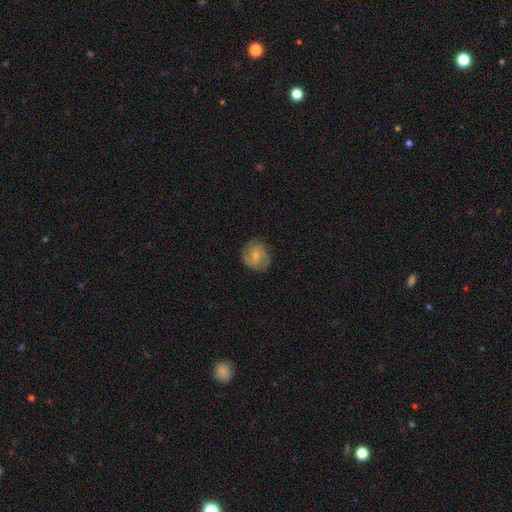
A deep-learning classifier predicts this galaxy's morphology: Q: Smooth or featured?
A: featured or disk (54%); runner-up: smooth (38%)
Q: Edge-on disk?
A: no (97%); runner-up: yes (3%)
Q: Bar?
A: no (57%); runner-up: weak (37%)
Q: Spiral arms?
A: yes (89%); runner-up: no (11%)
Q: Bulge size?
A: small (64%); runner-up: moderate (28%)
Q: Merging?
A: none (81%); runner-up: minor disturbance (14%)